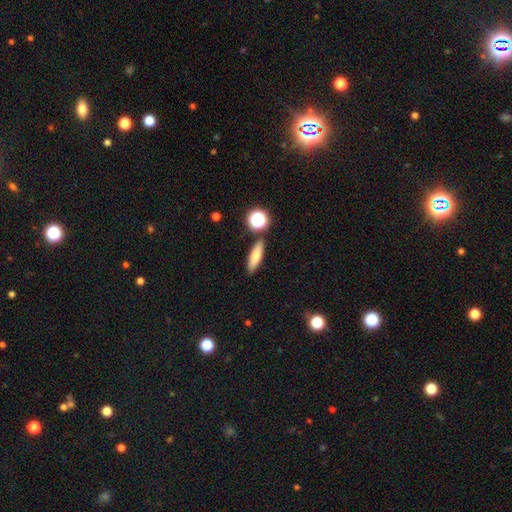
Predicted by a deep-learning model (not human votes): Smooth or featured? smooth (73%)
How rounded? cigar-shaped (54%)
Merging? none (82%)